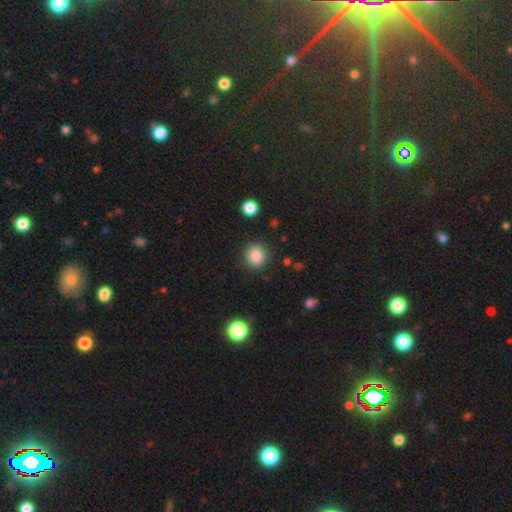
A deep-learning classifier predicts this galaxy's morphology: The model was most divided on "smooth or featured": smooth: 86%, star or artifact: 10%, featured or disk: 3%. More confident: how rounded — round (90%); merging — none (89%).